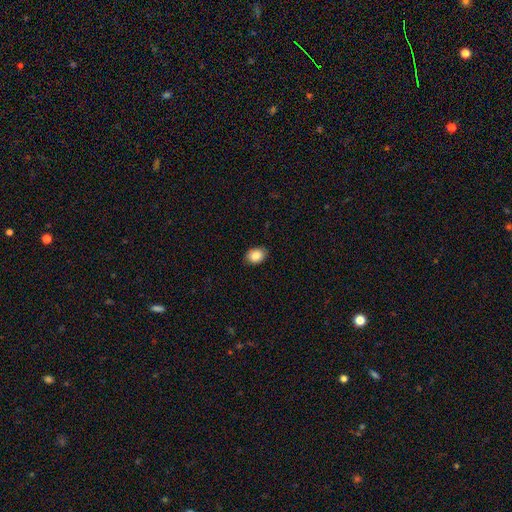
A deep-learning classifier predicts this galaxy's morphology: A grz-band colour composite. It shows a smooth galaxy with no disk features (86%) that is in between round and cigar-shaped (66%). Merging: none (88%).